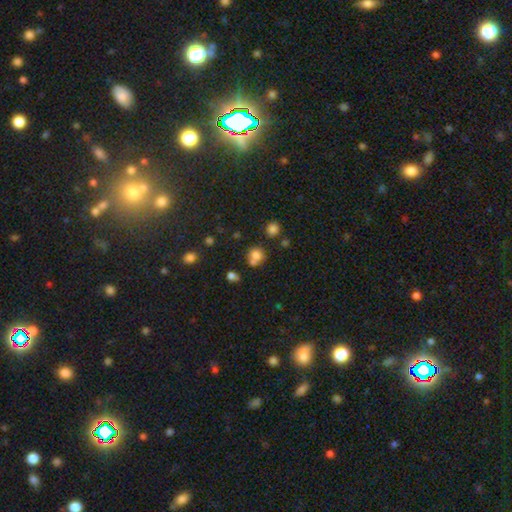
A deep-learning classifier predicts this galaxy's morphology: type=smooth (74%); roundness=round (80%); merging=none (49%).